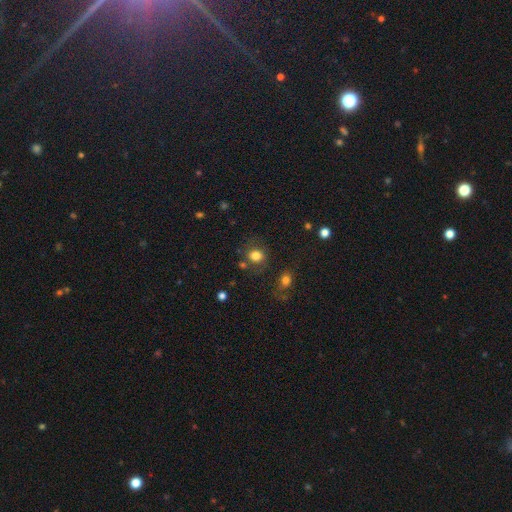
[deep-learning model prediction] This appears to be a smooth galaxy with no disk features (79%) that is round (74%). Merging: none (71%).